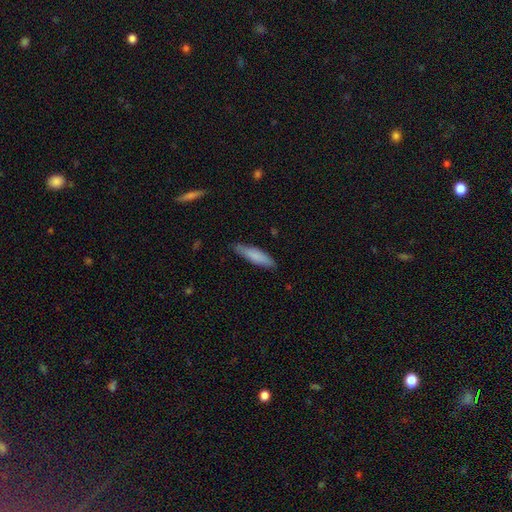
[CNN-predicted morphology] smooth-or-featured: smooth: 80% | featured or disk: 15% | star or artifact: 5%
  how-rounded: cigar-shaped: 76% | in between: 23% | round: 1%
  merging: none: 82% | minor disturbance: 15% | major disturbance: 2% | merger: 1%